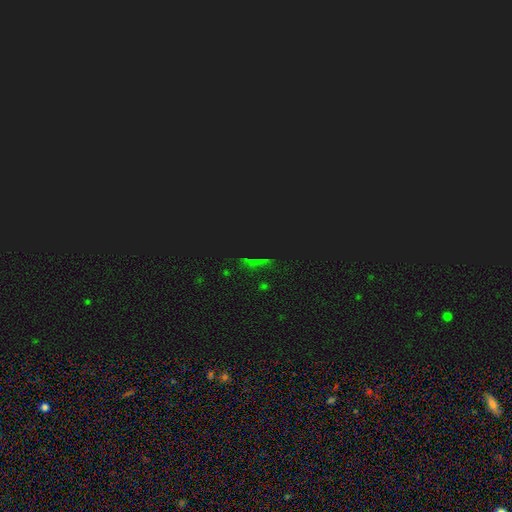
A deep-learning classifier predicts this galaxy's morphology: smooth-or-featured: star or artifact: 71% | smooth: 19% | featured or disk: 10%